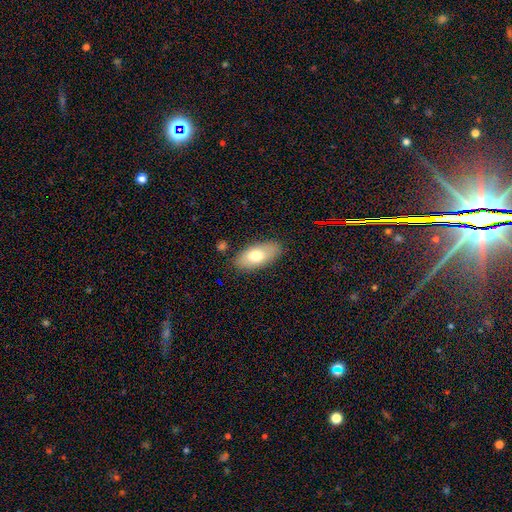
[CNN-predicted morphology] smooth-or-featured: smooth: 71% | featured or disk: 23% | star or artifact: 7%
  how-rounded: in between: 90% | cigar-shaped: 7% | round: 3%
  merging: none: 84% | minor disturbance: 11% | major disturbance: 3% | merger: 2%